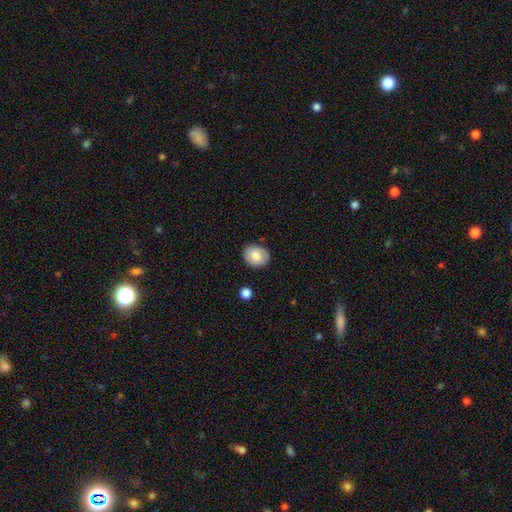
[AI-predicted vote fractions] smooth 77%, featured or disk 16%, star or artifact 7%. Down the decision tree: how rounded — round (65%); merging — none (85%).